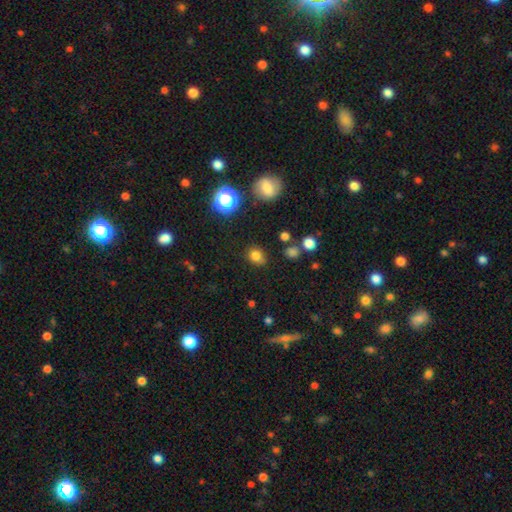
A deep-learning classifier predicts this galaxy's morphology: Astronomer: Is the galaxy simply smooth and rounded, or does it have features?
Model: smooth — 77%.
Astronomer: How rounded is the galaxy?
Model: round — 67%.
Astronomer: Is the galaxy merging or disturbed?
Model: none — 76%.